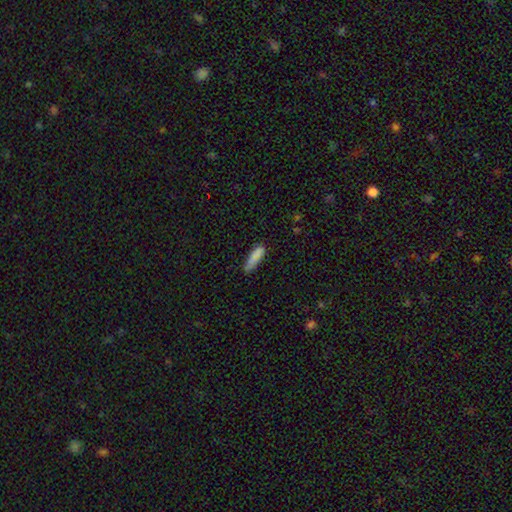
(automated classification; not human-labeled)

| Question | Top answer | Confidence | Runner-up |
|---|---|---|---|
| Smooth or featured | smooth | 85% | featured or disk (8%) |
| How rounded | cigar-shaped | 70% | in between (29%) |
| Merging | none | 58% | minor disturbance (32%) |